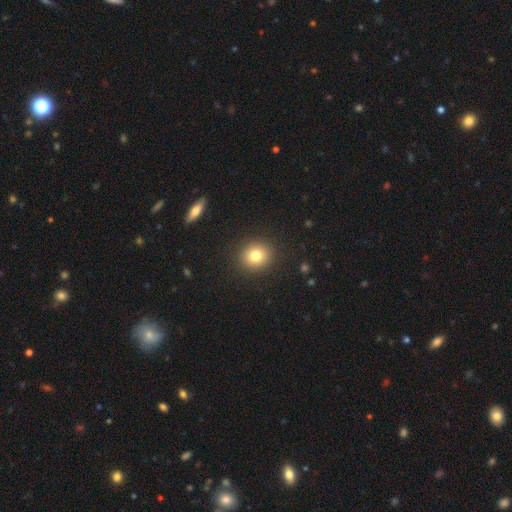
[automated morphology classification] smooth 80%, star or artifact 11%, featured or disk 9%. Down the decision tree: how rounded — round (85%); merging — none (91%).